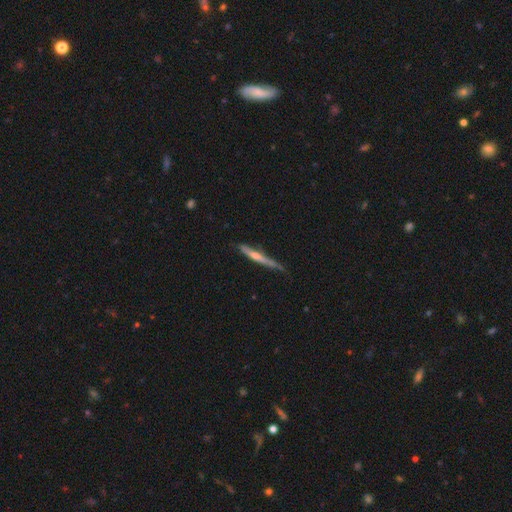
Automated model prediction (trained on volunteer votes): Smooth or featured: featured or disk — 60% (smooth — 34%)
Edge-on disk: yes — 95% (no — 5%)
Edge-on bulge: rounded — 65% (none — 28%)
Merging: none — 63% (minor disturbance — 29%)